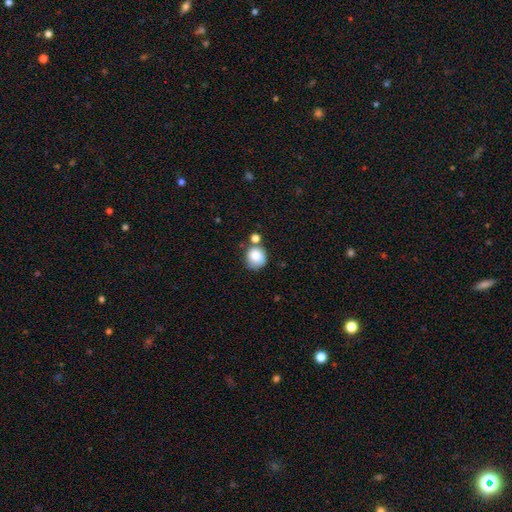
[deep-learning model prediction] smooth-or-featured: smooth: 84% | star or artifact: 8% | featured or disk: 8%
  how-rounded: round: 85% | in between: 14% | cigar-shaped: 1%
  merging: none: 54% | merger: 21% | minor disturbance: 18% | major disturbance: 7%